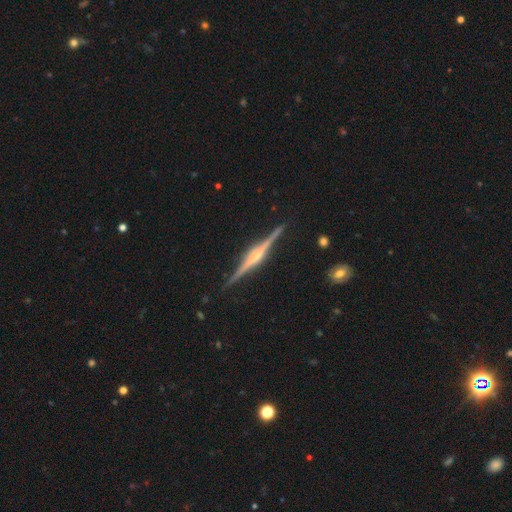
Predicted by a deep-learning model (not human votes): Smooth or featured? Predicted: featured or disk (p=0.88). Edge-on disk? Predicted: yes (p=0.98). Edge-on bulge? Predicted: rounded (p=0.71). Merging? Predicted: none (p=0.91).